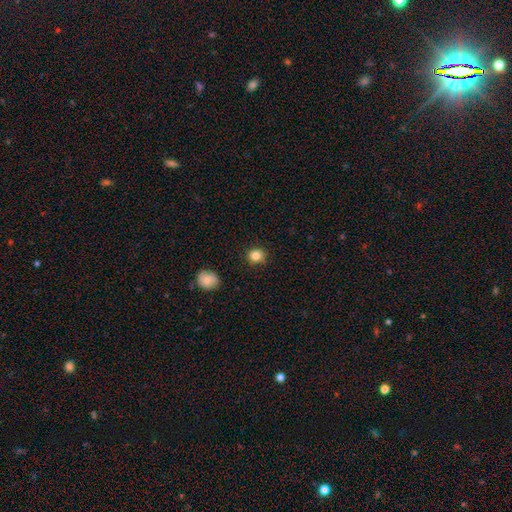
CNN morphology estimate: This appears to be a smooth galaxy with no disk features (84%) that is round (84%). Merging: none (87%).